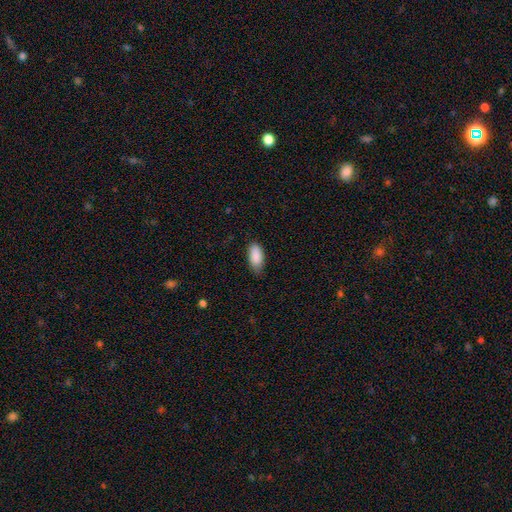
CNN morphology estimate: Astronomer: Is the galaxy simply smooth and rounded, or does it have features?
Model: smooth — 89%.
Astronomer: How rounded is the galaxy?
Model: in between — 91%.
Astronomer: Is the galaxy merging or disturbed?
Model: none — 73%.